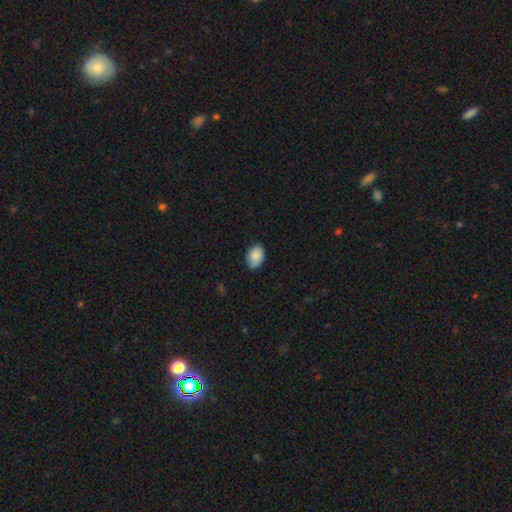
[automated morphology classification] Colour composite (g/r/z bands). It shows a smooth galaxy with no disk features (88%) that is in between round and cigar-shaped (84%). Merging: none (80%).